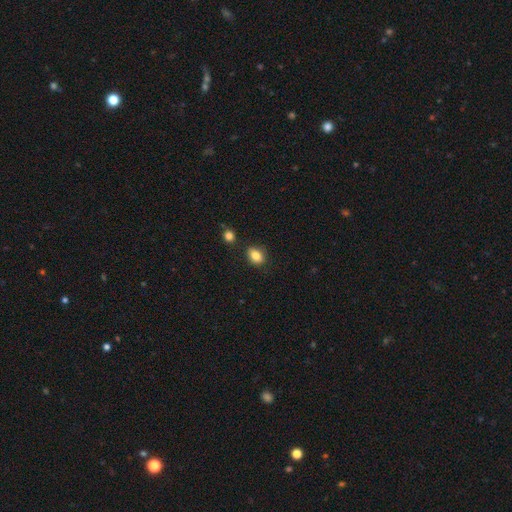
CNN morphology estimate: Overall: smooth (84%). How rounded: in between (70%). Merging: none (82%).